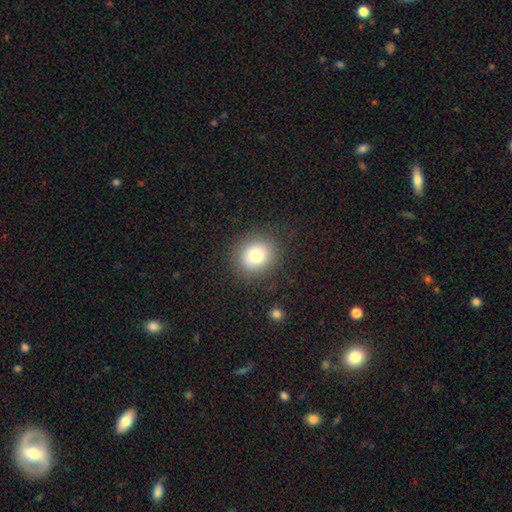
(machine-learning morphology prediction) A smooth galaxy with no disk features (78%) that is round (81%).

Vote fractions:
- Smooth or featured? smooth: 78% / star or artifact: 12% / featured or disk: 10%
- How rounded? round: 81% / in between: 18% / cigar-shaped: 1%
- Merging? none: 87% / minor disturbance: 8% / major disturbance: 4% / merger: 1%